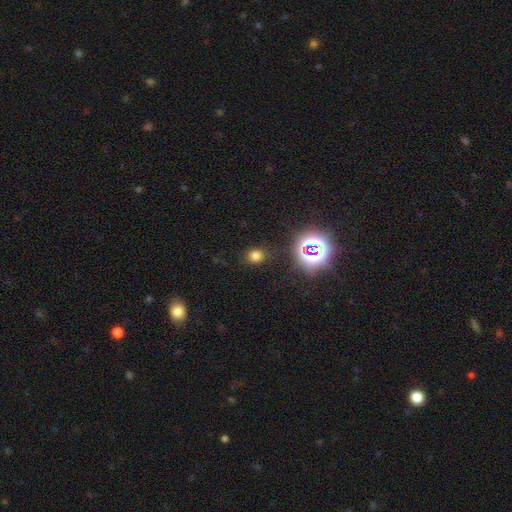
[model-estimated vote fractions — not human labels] Q: Smooth or featured?
A: smooth (69%); runner-up: star or artifact (24%)
Q: How rounded?
A: round (65%); runner-up: in between (34%)
Q: Merging?
A: none (84%); runner-up: minor disturbance (10%)